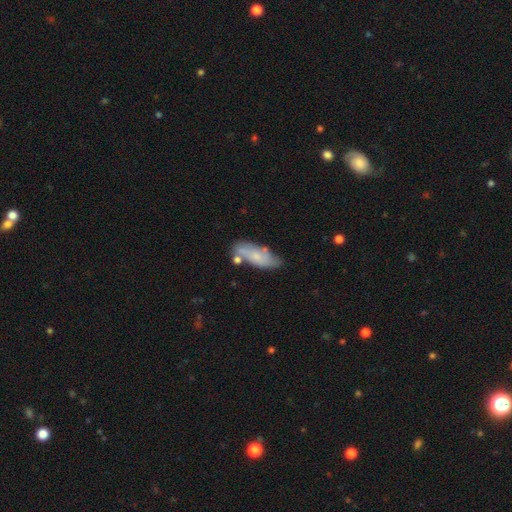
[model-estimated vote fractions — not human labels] Smooth or featured? smooth (52%)
How rounded? in between (69%)
Merging? none (56%)